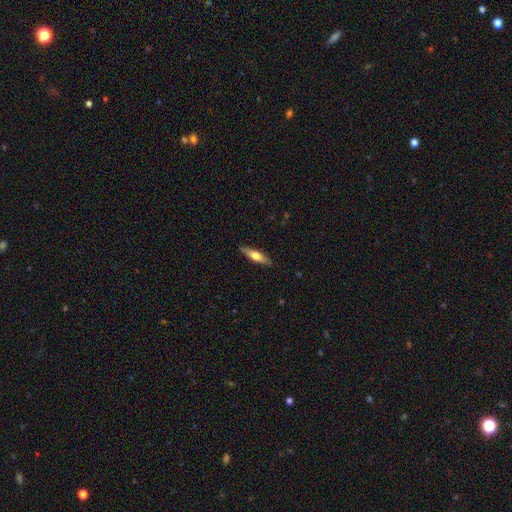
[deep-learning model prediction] Morphology: type=smooth (51%); roundness=cigar-shaped (72%); merging=none (89%).